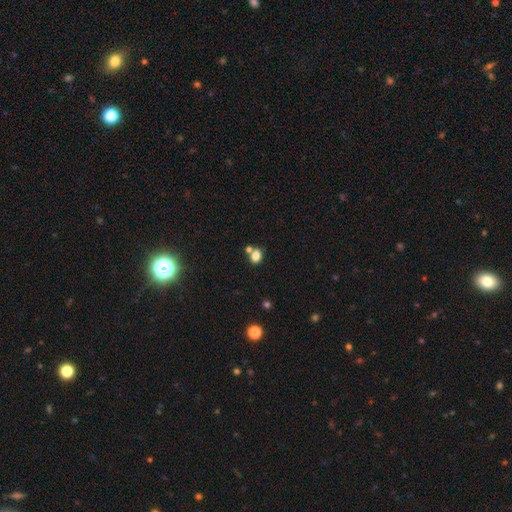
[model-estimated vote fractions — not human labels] Smooth or featured? Predicted: smooth (p=0.80). How rounded? Predicted: in between (p=0.51). Merging? Predicted: none (p=0.60).